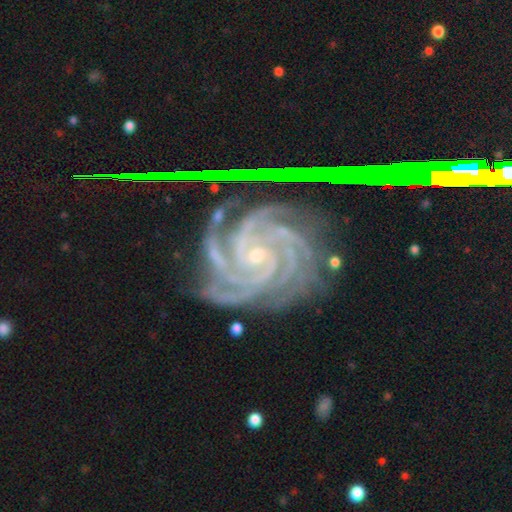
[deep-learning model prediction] The model was most divided on "spiral arm count": 4: 41%, 3: 20%, more than 4: 15%, can't tell: 9%, 2: 8%, 1: 7%. More confident: spiral arms — yes (99%); edge-on disk — no (98%); smooth or featured — featured or disk (92%); spiral winding — tight (81%); bulge size — small (74%); merging — none (72%); bar — no (61%).